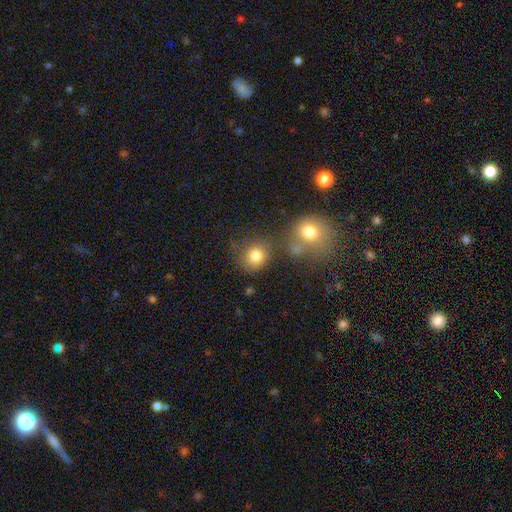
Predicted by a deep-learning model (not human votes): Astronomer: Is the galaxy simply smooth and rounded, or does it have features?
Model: smooth — 80%.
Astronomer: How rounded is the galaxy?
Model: round — 78%.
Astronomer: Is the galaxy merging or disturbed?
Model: none — 63%.